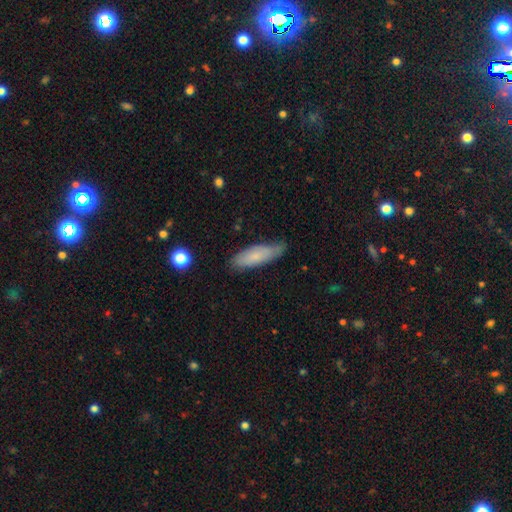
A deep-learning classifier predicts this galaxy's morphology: smooth_or_featured: smooth (p=0.73) [alt: featured or disk p=0.21]
how_rounded: in between (p=0.50) [alt: cigar-shaped p=0.48]
merging: none (p=0.70) [alt: minor disturbance p=0.24]